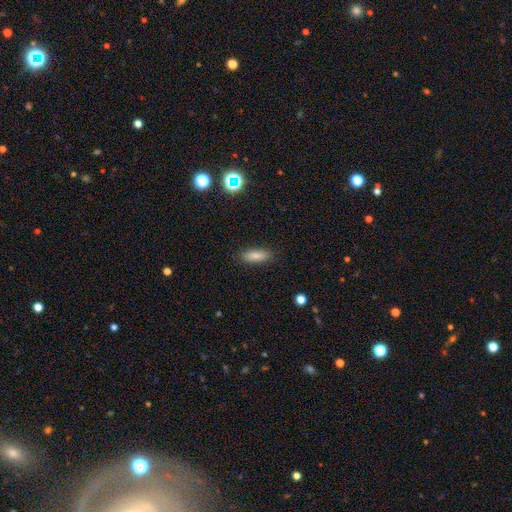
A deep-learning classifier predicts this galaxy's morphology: smooth-or-featured: smooth: 84% | star or artifact: 8% | featured or disk: 8%
  how-rounded: in between: 60% | cigar-shaped: 37% | round: 2%
  merging: none: 87% | minor disturbance: 10% | major disturbance: 2% | merger: 1%